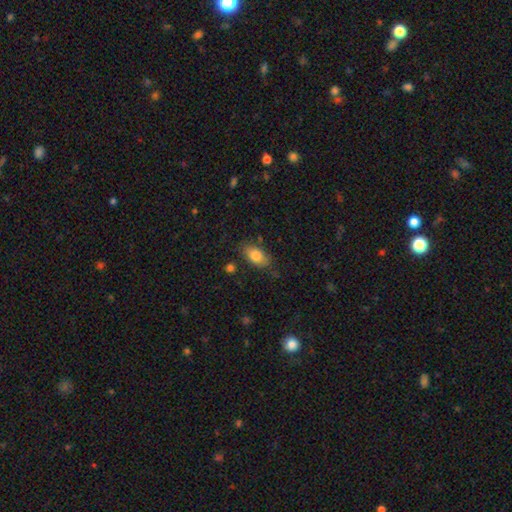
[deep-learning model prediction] smooth-or-featured: smooth: 82% | featured or disk: 10% | star or artifact: 8%
  how-rounded: in between: 89% | round: 7% | cigar-shaped: 4%
  merging: none: 75% | minor disturbance: 18% | major disturbance: 5% | merger: 3%